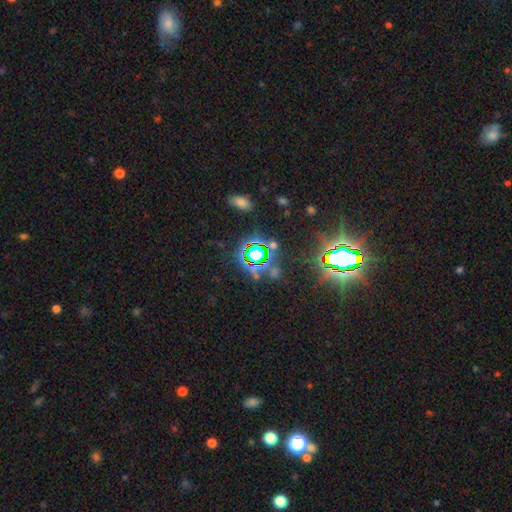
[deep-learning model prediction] A star or artifact, not a galaxy (75%).